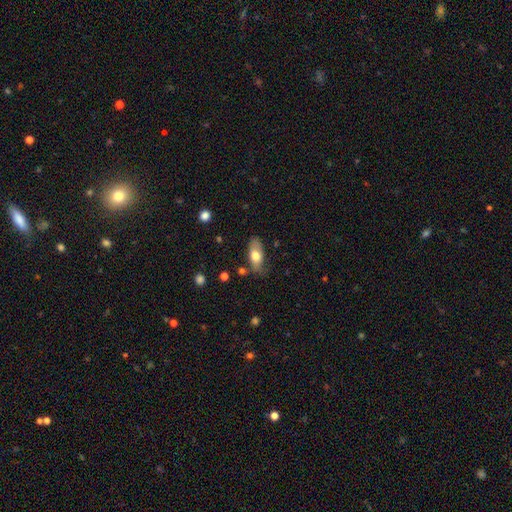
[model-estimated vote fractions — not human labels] This is likely a smooth galaxy (70%). How rounded: clearly in between (84%). Merging: likely none (63%).